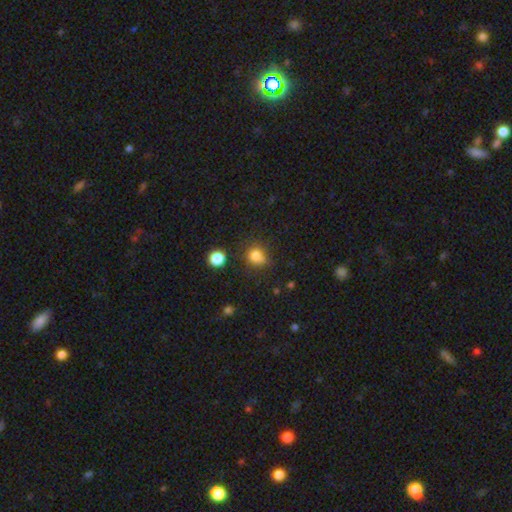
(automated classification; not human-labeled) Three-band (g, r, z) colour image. It shows a smooth galaxy with no disk features (79%) that is round (80%). Merging: none (64%).